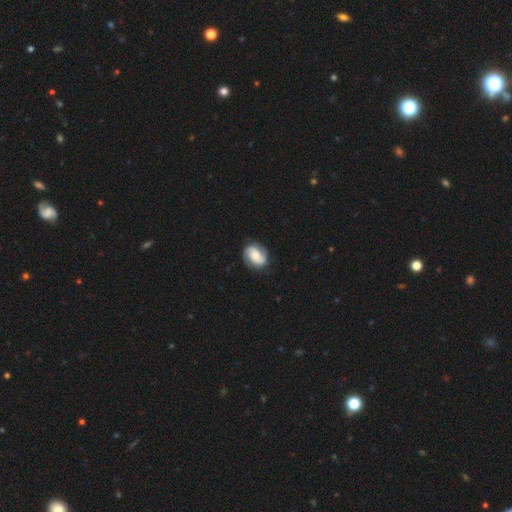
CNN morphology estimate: This appears to be a featured or disk galaxy (62%) with no bar (57%), 2 (85%) medium (41%) spiral arms (93%) and a moderate central bulge (43%). Merging: none (82%).